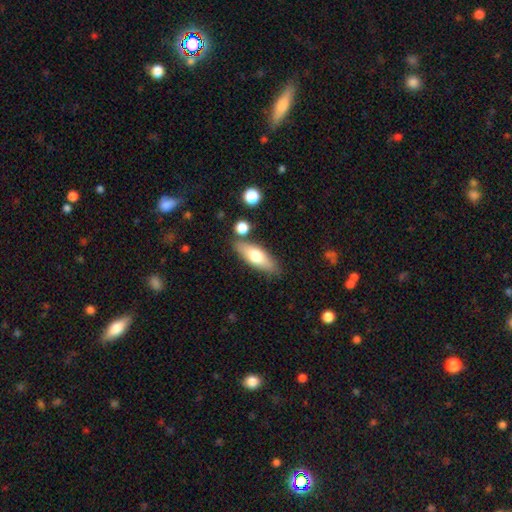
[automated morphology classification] Smooth or featured? Predicted: smooth (p=0.66). How rounded? Predicted: in between (p=0.62). Merging? Predicted: none (p=0.78).